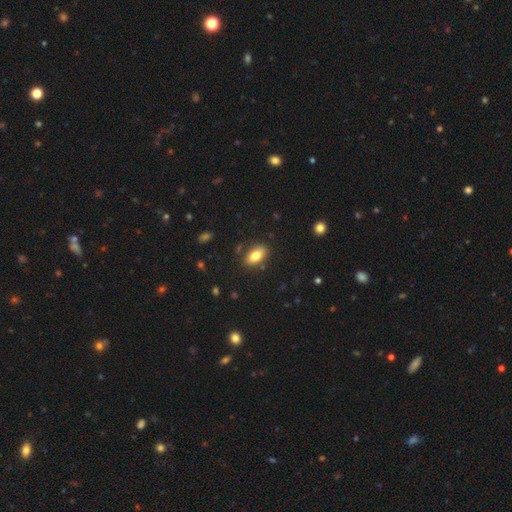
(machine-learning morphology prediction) smooth 80%, featured or disk 13%, star or artifact 8%. Down the decision tree: how rounded — in between (89%); merging — none (83%).